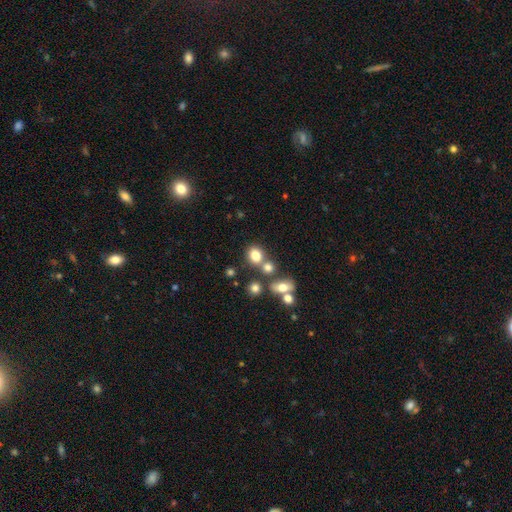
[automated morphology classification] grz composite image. It shows a smooth galaxy with no disk features (77%) that is round (60%). Merging: none (57%).